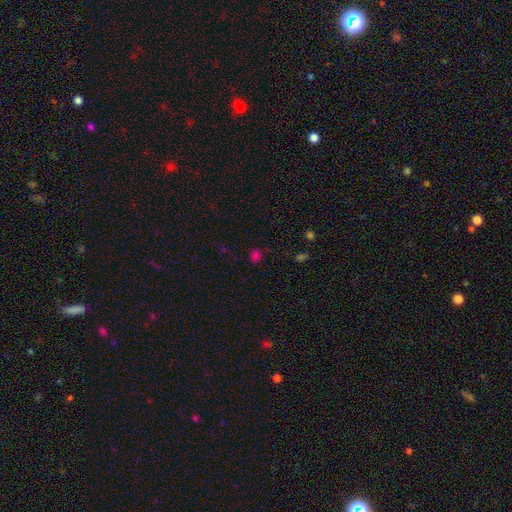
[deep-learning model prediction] This appears to be a smooth galaxy with no disk features (69%) that is round (70%). Merging: none (82%).